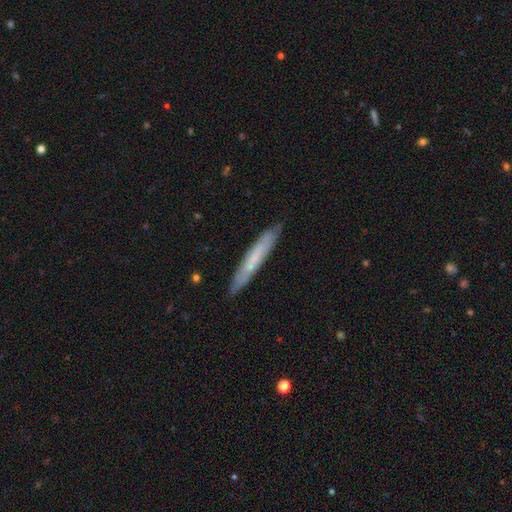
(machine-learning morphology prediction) Smooth or featured? smooth (56%)
How rounded? cigar-shaped (94%)
Merging? none (88%)